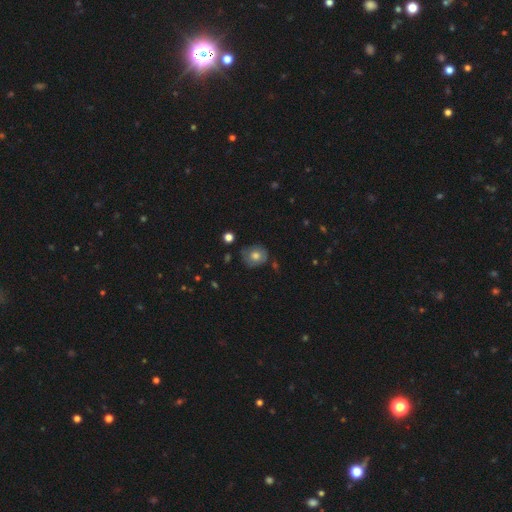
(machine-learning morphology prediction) This appears to be a smooth galaxy with no disk features (69%) that is round (76%). Merging: none (70%).